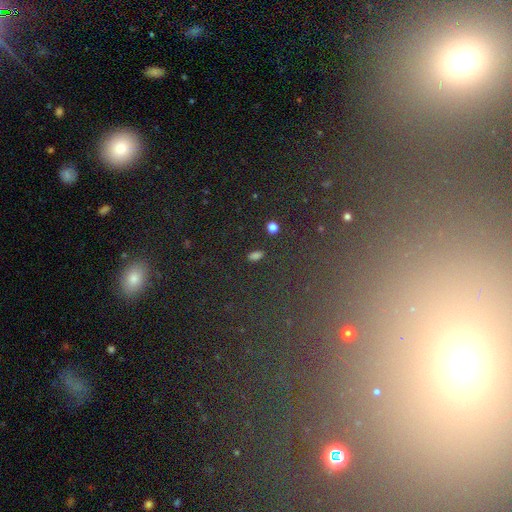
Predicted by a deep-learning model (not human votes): Overall: star or artifact (56%; smooth 31%).